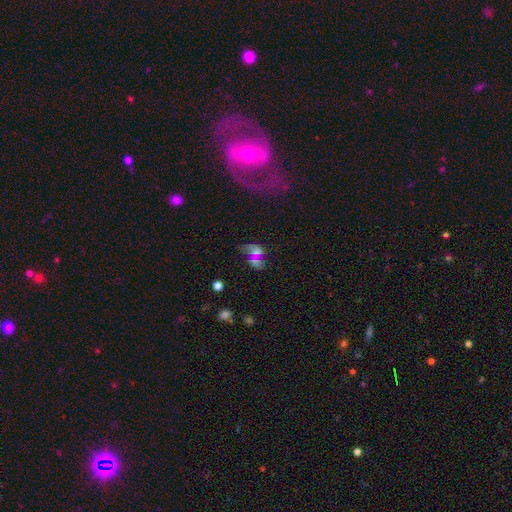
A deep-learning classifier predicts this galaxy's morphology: The model was most divided on "smooth or featured": smooth: 47%, featured or disk: 32%, star or artifact: 21%. Remaining: merging — merger (48%).